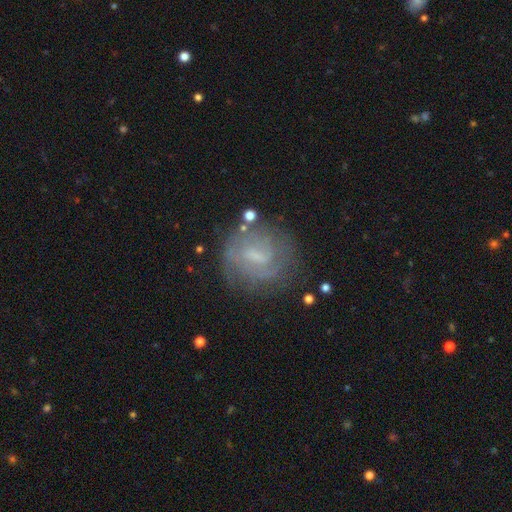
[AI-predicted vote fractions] A featured or disk galaxy (67%) with a weak bar (57%), tight (49%) spiral arms (77%) and a small central bulge (41%).

Vote fractions:
- Smooth or featured? featured or disk: 67% / smooth: 23% / star or artifact: 10%
- Edge-on disk? no: 96% / yes: 4%
- Bar? weak: 57% / strong: 22% / no: 21%
- Spiral arms? yes: 77% / no: 23%
- Spiral winding? tight: 49% / medium: 35% / loose: 16%
- Spiral arm count? can't tell: 41% / 2: 37% / 3: 9% / 1: 7% / 4: 3% / more than 4: 3%
- Bulge size? small: 41% / none: 31% / moderate: 24% / large: 2% / dominant: 1%
- Merging? none: 69% / minor disturbance: 18% / major disturbance: 10% / merger: 3%